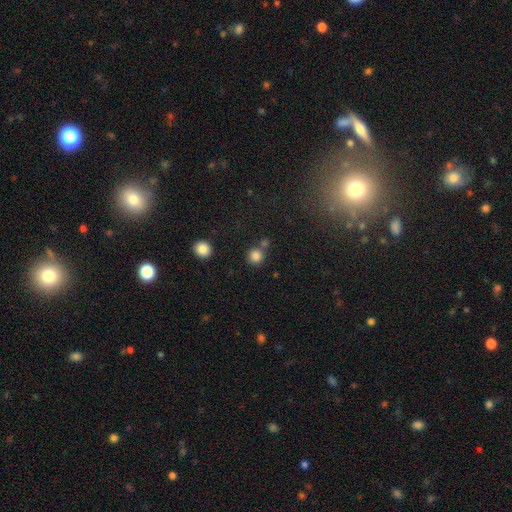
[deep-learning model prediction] Q: Smooth or featured?
A: smooth (83%); runner-up: star or artifact (12%)
Q: How rounded?
A: round (91%); runner-up: in between (8%)
Q: Merging?
A: none (69%); runner-up: merger (19%)